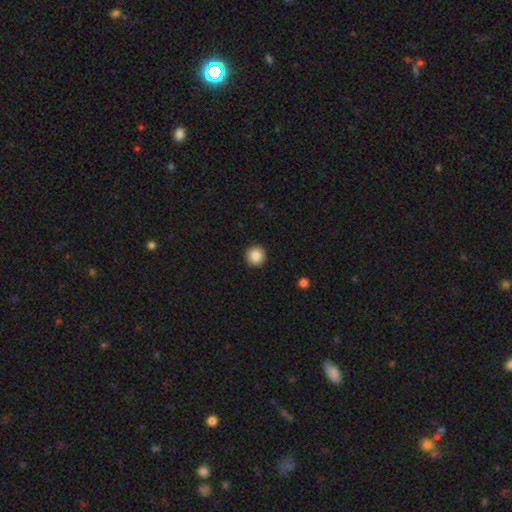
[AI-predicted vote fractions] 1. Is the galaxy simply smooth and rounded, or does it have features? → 88% smooth, 9% star or artifact, 4% featured or disk.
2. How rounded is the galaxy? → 95% round, 4% in between, 1% cigar-shaped.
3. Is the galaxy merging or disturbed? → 92% none, 5% minor disturbance, 2% major disturbance, 1% merger.